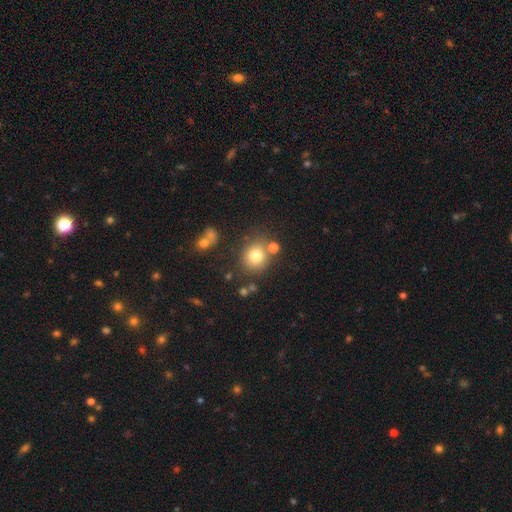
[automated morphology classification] The model was most divided on "merging": none: 73%, minor disturbance: 11%, merger: 11%, major disturbance: 4%. More confident: how rounded — round (81%); smooth or featured — smooth (77%).